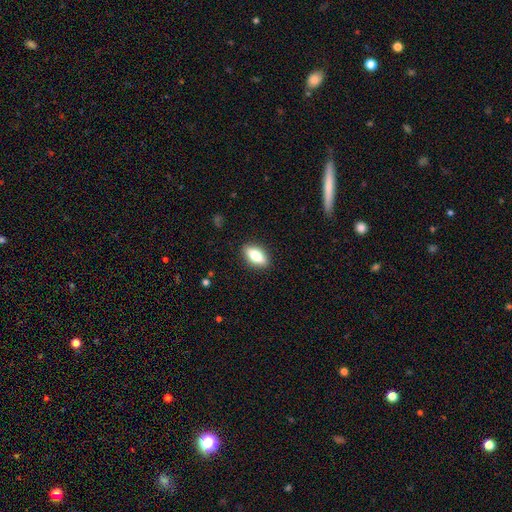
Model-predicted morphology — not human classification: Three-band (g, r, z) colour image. It shows a smooth galaxy with no disk features (71%) that is in between round and cigar-shaped (81%). Merging: none (88%).